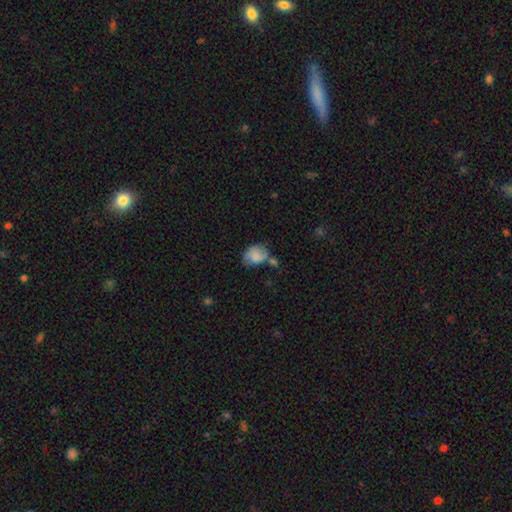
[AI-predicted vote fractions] Q: Smooth or featured?
A: smooth (70%); runner-up: featured or disk (21%)
Q: How rounded?
A: in between (64%); runner-up: round (35%)
Q: Merging?
A: none (40%); runner-up: minor disturbance (30%)